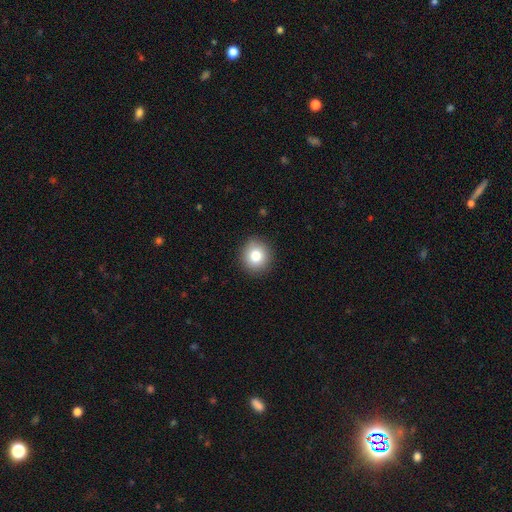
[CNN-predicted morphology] The model was most divided on "smooth or featured": smooth: 82%, star or artifact: 10%, featured or disk: 9%. More confident: merging — none (90%); how rounded — round (88%).